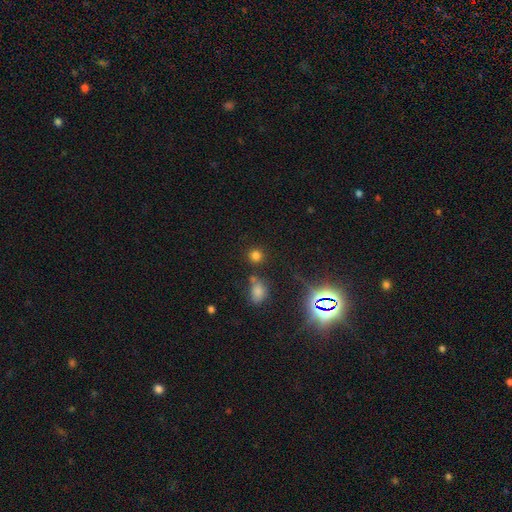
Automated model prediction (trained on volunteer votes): Q: Smooth or featured?
A: smooth (72%); runner-up: star or artifact (22%)
Q: How rounded?
A: round (88%); runner-up: in between (11%)
Q: Merging?
A: none (75%); runner-up: merger (12%)